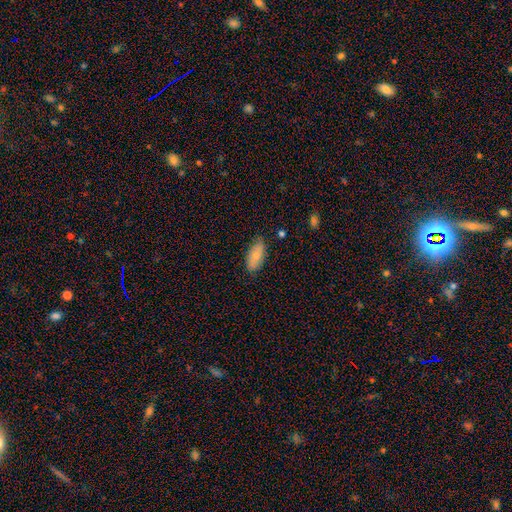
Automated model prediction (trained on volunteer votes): Smooth or featured? Predicted: smooth (p=0.80). How rounded? Predicted: in between (p=0.90). Merging? Predicted: none (p=0.78).